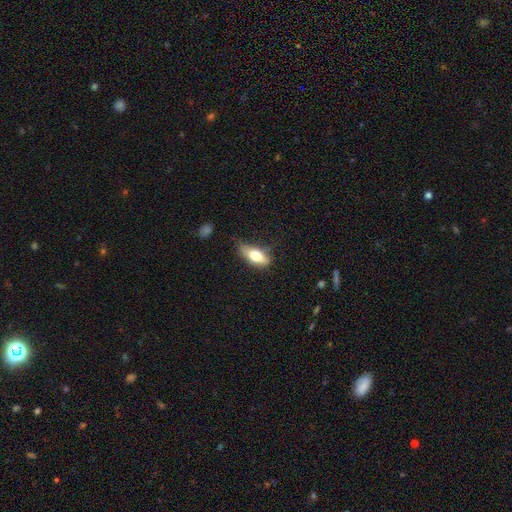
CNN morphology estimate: A smooth galaxy with no disk features (70%) that is in between round and cigar-shaped (82%).

Vote fractions:
- Smooth or featured? smooth: 70% / featured or disk: 23% / star or artifact: 7%
- How rounded? in between: 82% / cigar-shaped: 14% / round: 4%
- Merging? none: 52% / minor disturbance: 35% / major disturbance: 11% / merger: 3%